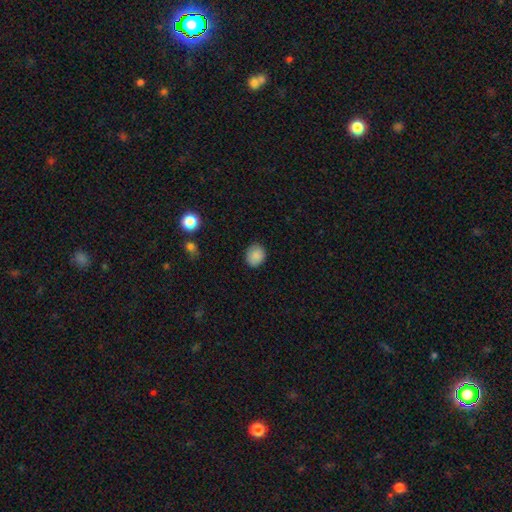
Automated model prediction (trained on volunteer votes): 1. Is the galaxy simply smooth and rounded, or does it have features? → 87% smooth, 9% star or artifact, 5% featured or disk.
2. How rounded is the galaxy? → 68% round, 31% in between, 1% cigar-shaped.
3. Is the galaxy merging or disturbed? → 87% none, 10% minor disturbance, 2% major disturbance, 1% merger.